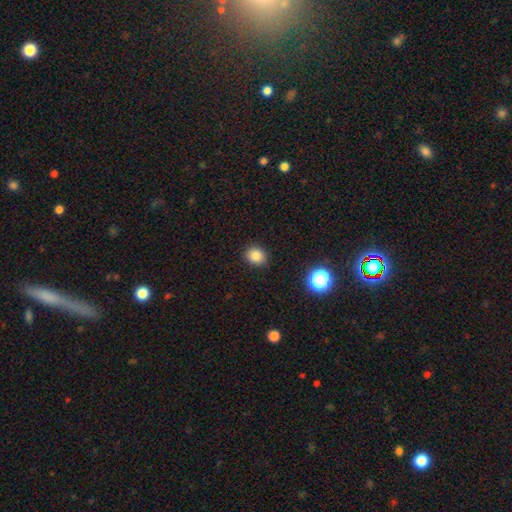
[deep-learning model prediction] Q: Smooth or featured?
A: smooth (83%); runner-up: star or artifact (12%)
Q: How rounded?
A: round (67%); runner-up: in between (32%)
Q: Merging?
A: none (88%); runner-up: minor disturbance (8%)